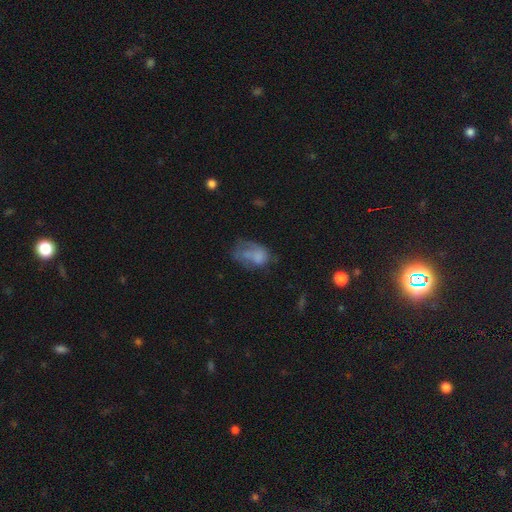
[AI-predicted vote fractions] Q: Smooth or featured?
A: smooth (57%); runner-up: featured or disk (32%)
Q: How rounded?
A: in between (80%); runner-up: round (19%)
Q: Merging?
A: major disturbance (35%); runner-up: none (28%)